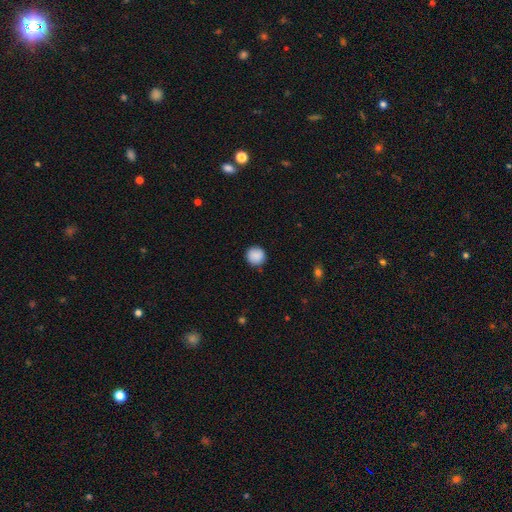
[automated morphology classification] The model was most divided on "merging": none: 88%, minor disturbance: 9%, major disturbance: 2%, merger: 1%. More confident: how rounded — round (94%); smooth or featured — smooth (89%).